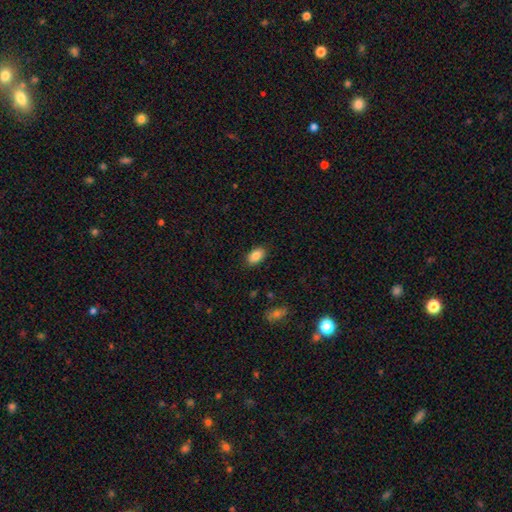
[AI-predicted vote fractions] A smooth galaxy with no disk features (87%) that is in between round and cigar-shaped (91%). Merging: none (87%).